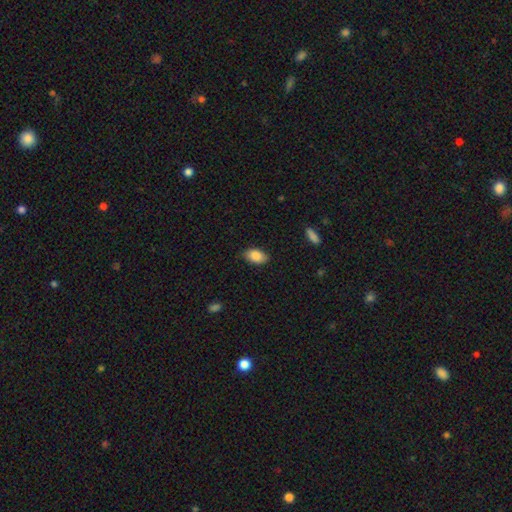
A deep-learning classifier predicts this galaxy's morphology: smooth 87%, star or artifact 7%, featured or disk 6%. Down the decision tree: how rounded — in between (92%); merging — none (85%).